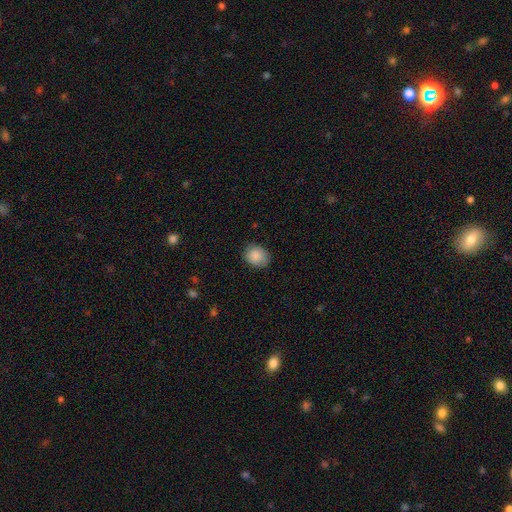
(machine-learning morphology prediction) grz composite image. It shows a smooth galaxy with no disk features (88%) that is round (57%). Merging: none (80%).